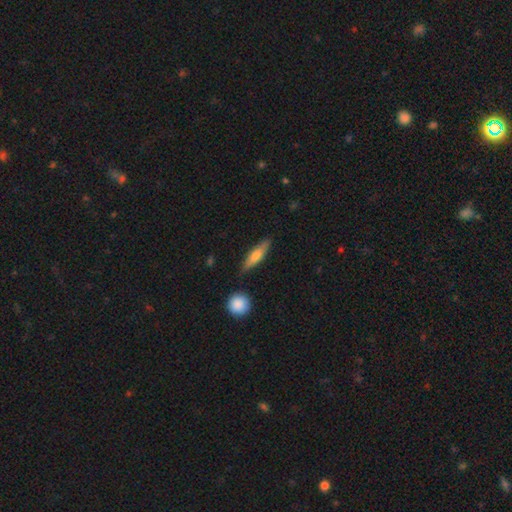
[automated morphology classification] Smooth or featured? smooth (59%)
How rounded? cigar-shaped (71%)
Merging? none (82%)